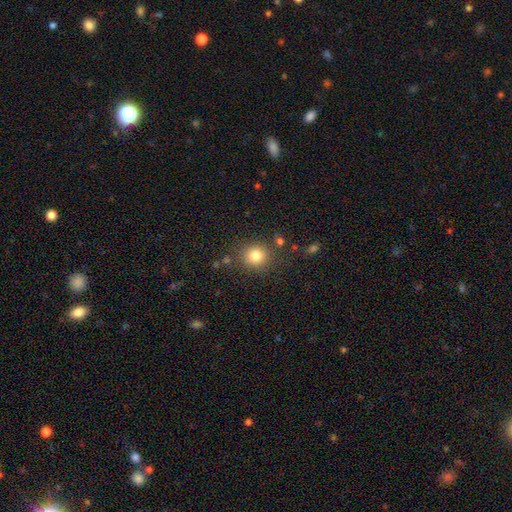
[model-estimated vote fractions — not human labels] Smooth or featured? smooth (82%)
How rounded? round (87%)
Merging? none (83%)